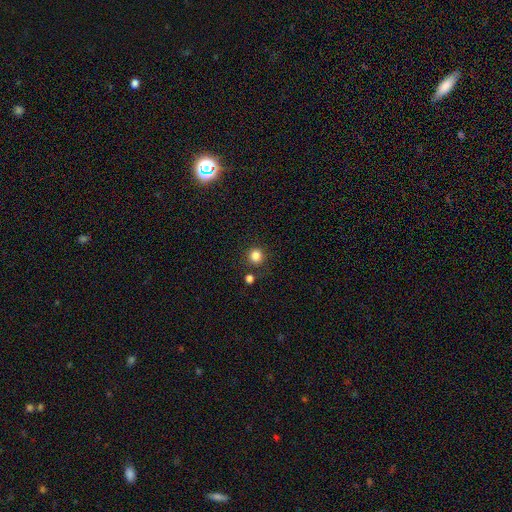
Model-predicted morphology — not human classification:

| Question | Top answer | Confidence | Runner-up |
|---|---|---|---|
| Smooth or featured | smooth | 83% | star or artifact (12%) |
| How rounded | round | 93% | in between (6%) |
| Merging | none | 84% | minor disturbance (8%) |